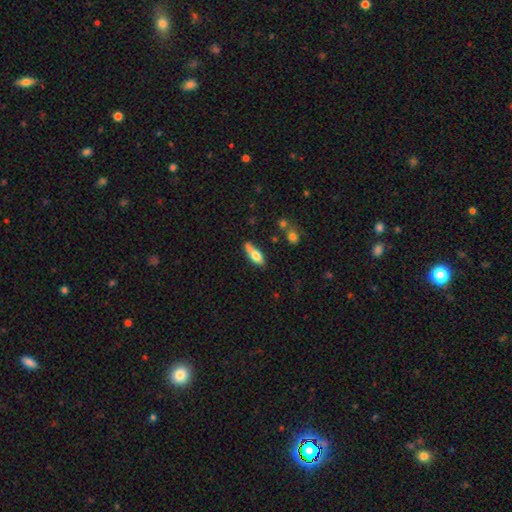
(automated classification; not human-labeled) The model was most divided on "how rounded": in between: 64%, cigar-shaped: 33%, round: 3%. More confident: smooth or featured — smooth (66%); merging — none (59%).